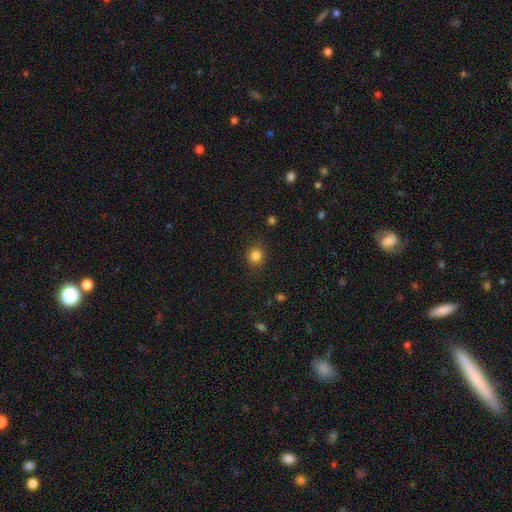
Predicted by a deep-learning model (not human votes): A smooth galaxy with no disk features (84%) that is round (86%).

Vote fractions:
- Smooth or featured? smooth: 84% / star or artifact: 12% / featured or disk: 4%
- How rounded? round: 86% / in between: 13% / cigar-shaped: 1%
- Merging? none: 88% / minor disturbance: 8% / major disturbance: 3% / merger: 1%